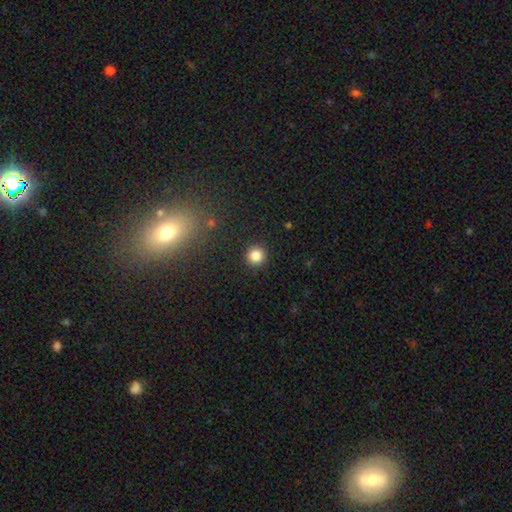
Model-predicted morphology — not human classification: A smooth galaxy with no disk features (84%) that is round (94%).

Vote fractions:
- Smooth or featured? smooth: 84% / star or artifact: 11% / featured or disk: 4%
- How rounded? round: 94% / in between: 5% / cigar-shaped: 1%
- Merging? none: 92% / minor disturbance: 5% / major disturbance: 2% / merger: 1%